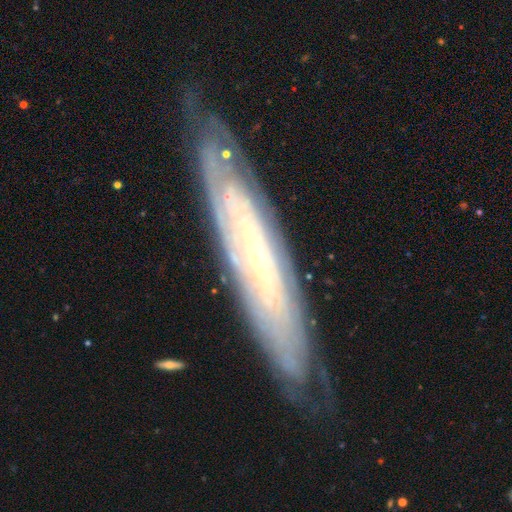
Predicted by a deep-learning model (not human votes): Smooth or featured? featured or disk (82%)
Edge-on disk? no (61%)
Merging? none (78%)